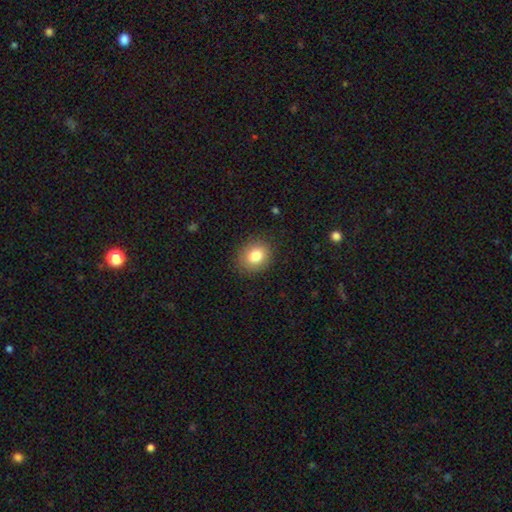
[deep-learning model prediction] Overall: smooth (81%). How rounded: round (59%; in between 40%). Merging: none (86%).